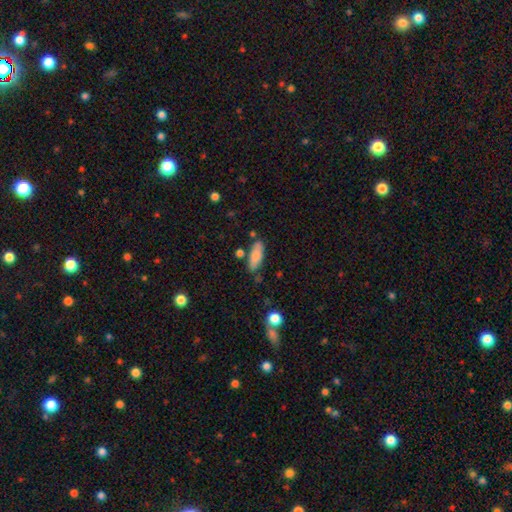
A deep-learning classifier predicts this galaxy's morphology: smooth_or_featured: smooth (p=0.78) [alt: featured or disk p=0.15]
how_rounded: in between (p=0.68) [alt: cigar-shaped p=0.30]
merging: none (p=0.75) [alt: minor disturbance p=0.15]